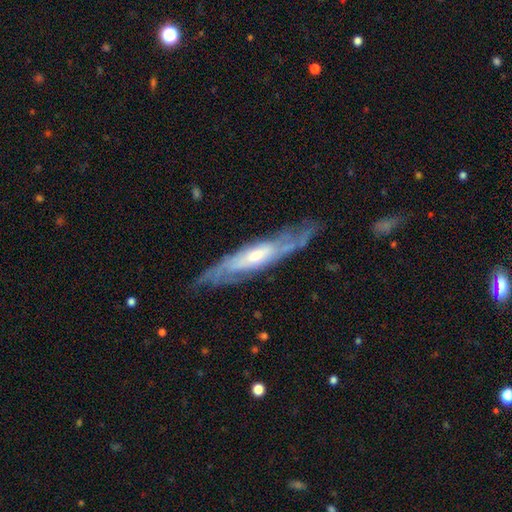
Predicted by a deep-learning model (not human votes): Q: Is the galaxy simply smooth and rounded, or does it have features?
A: featured or disk — 78%.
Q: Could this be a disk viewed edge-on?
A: no — 55%.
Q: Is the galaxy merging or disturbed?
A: none — 72%.